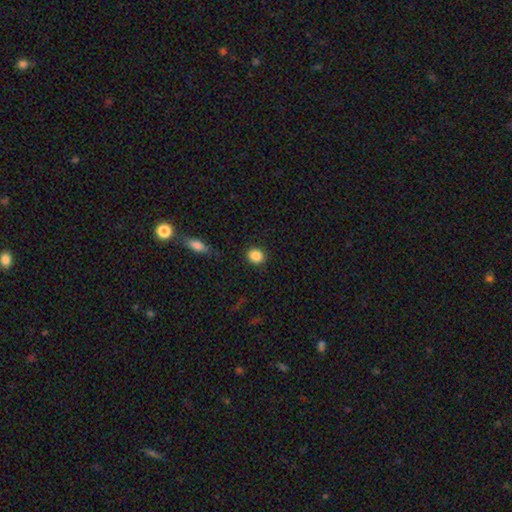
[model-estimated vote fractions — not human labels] Overall: smooth (87%). How rounded: round (73%). Merging: none (89%).